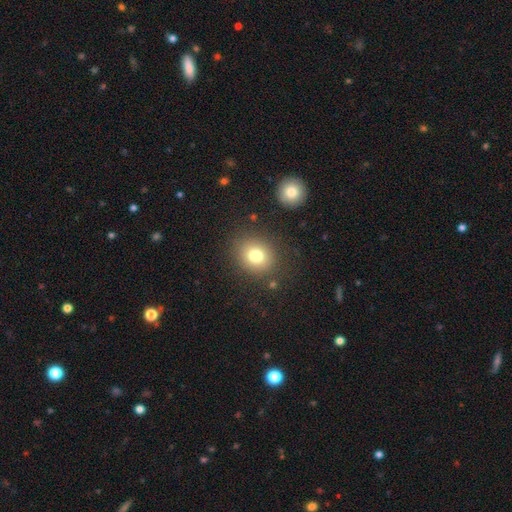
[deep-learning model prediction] A smooth galaxy with no disk features (77%) that is round (71%).

Vote fractions:
- Smooth or featured? smooth: 77% / star or artifact: 12% / featured or disk: 11%
- How rounded? round: 71% / in between: 28% / cigar-shaped: 1%
- Merging? none: 83% / minor disturbance: 10% / major disturbance: 4% / merger: 3%